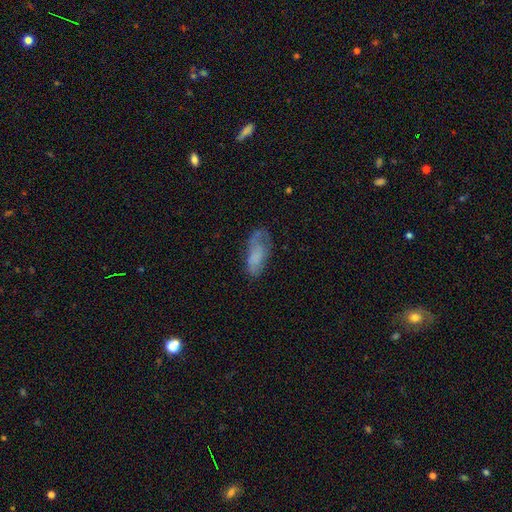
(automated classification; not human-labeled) Smooth or featured: smooth — 60% (featured or disk — 31%)
How rounded: in between — 83% (cigar-shaped — 14%)
Merging: none — 48% (minor disturbance — 28%)